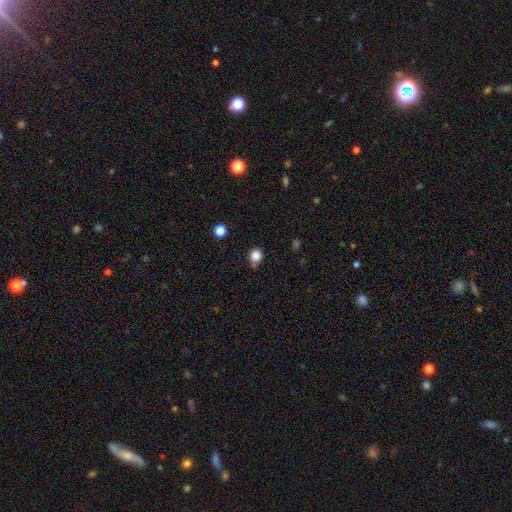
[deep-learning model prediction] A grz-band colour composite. It shows a smooth galaxy with no disk features (84%) that is round (83%). Merging: none (73%).